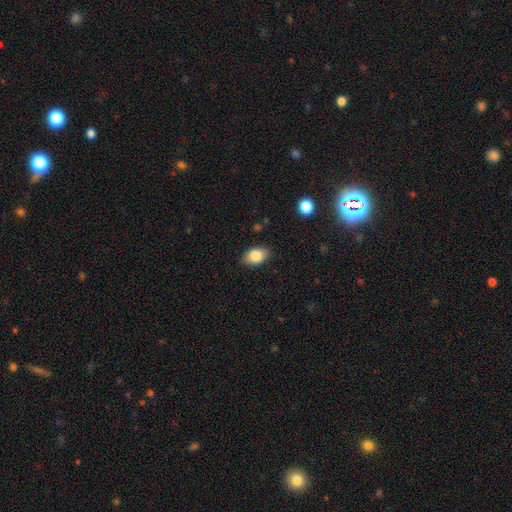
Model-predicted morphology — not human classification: Overall: smooth (85%). How rounded: in between (88%). Merging: none (84%).